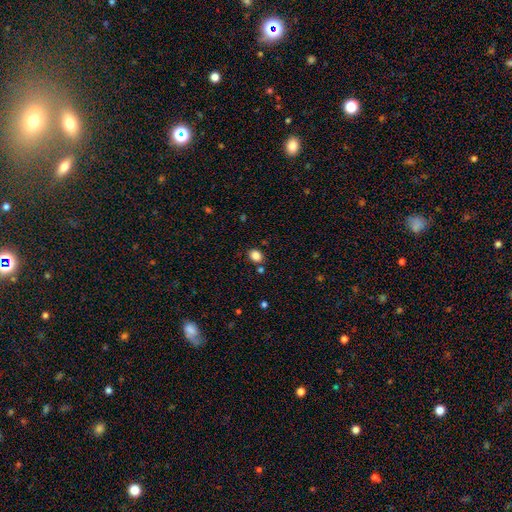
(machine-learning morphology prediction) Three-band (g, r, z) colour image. It shows a smooth galaxy with no disk features (84%) that is round (55%). Merging: none (82%).